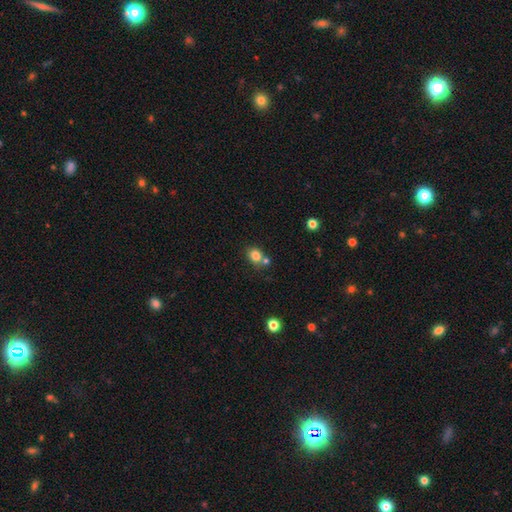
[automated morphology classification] A smooth galaxy with no disk features (81%) that is round (60%). Merging: none (59%).